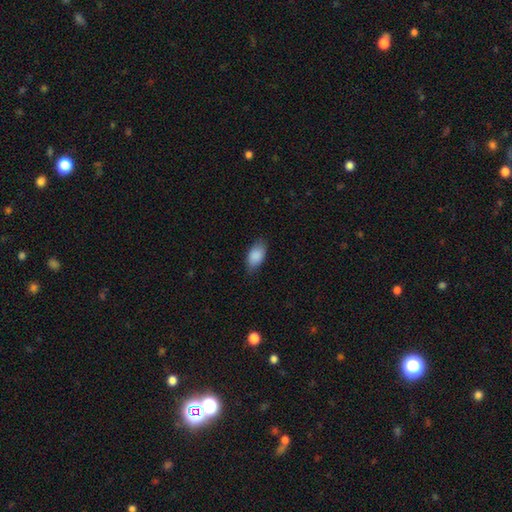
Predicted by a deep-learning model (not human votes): This is clearly a smooth galaxy (89%). How rounded: clearly in between (93%). Merging: likely none (80%).